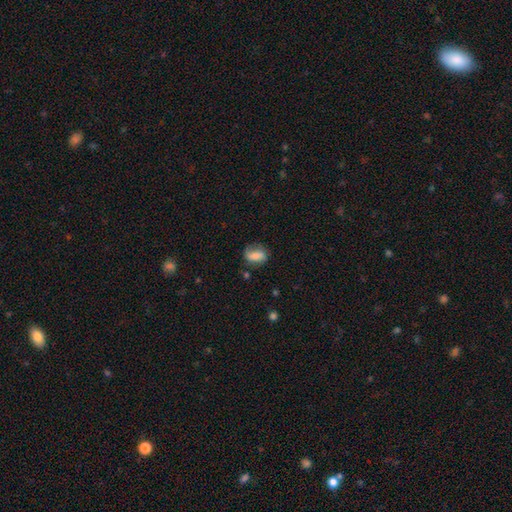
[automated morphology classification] smooth_or_featured: smooth (p=0.62) [alt: featured or disk p=0.29]
how_rounded: in between (p=0.75) [alt: round p=0.21]
merging: none (p=0.59) [alt: minor disturbance p=0.26]